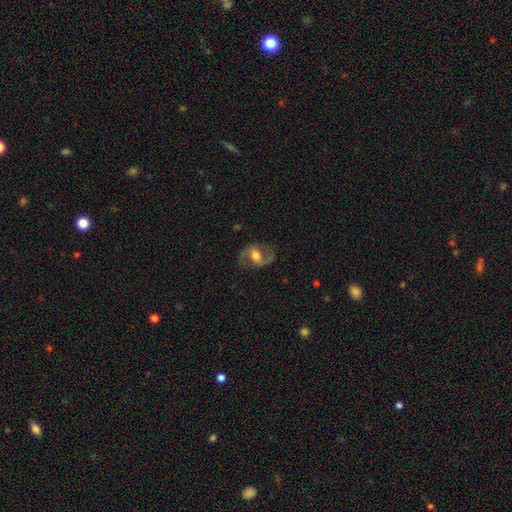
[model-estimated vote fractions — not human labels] The model was most divided on "bar": weak: 43%, no: 32%, strong: 24%. More confident: edge-on disk — no (95%); spiral arm count — 2 (89%); spiral arms — yes (83%); merging — none (75%); smooth or featured — featured or disk (72%); bulge size — moderate (55%); spiral winding — medium (51%).